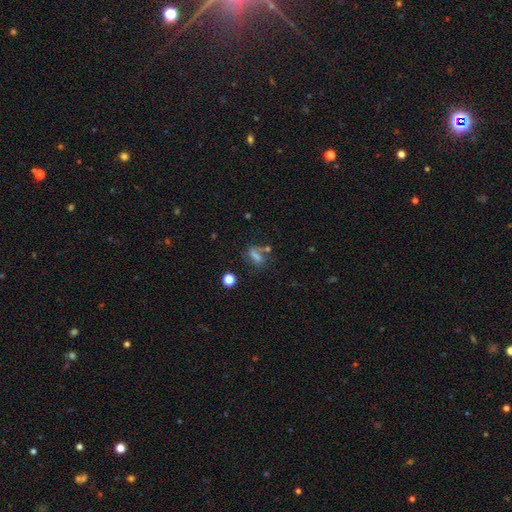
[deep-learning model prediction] This appears to be a smooth galaxy with no disk features (54%) that is in between round and cigar-shaped (51%). Merging: none (59%).